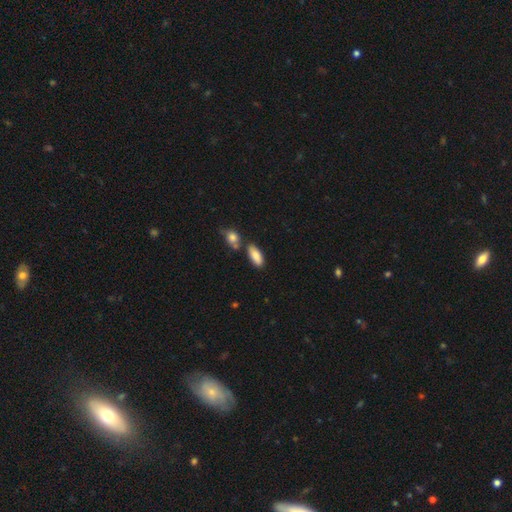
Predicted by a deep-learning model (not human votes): smooth-or-featured: smooth: 86% | featured or disk: 8% | star or artifact: 6%
  how-rounded: in between: 83% | cigar-shaped: 15% | round: 3%
  merging: none: 66% | merger: 17% | minor disturbance: 13% | major disturbance: 3%